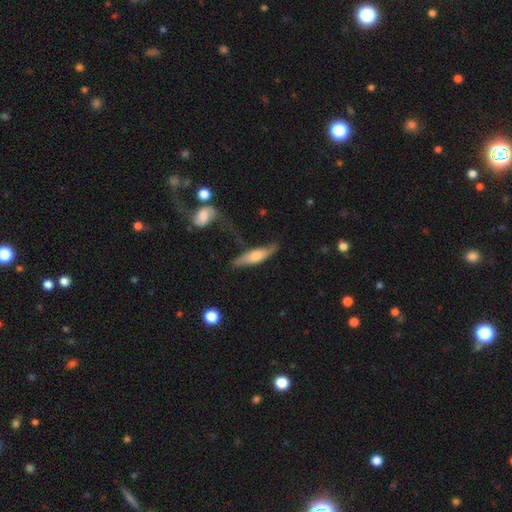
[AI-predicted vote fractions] Q: Smooth or featured?
A: smooth (51%); runner-up: featured or disk (43%)
Q: How rounded?
A: cigar-shaped (61%); runner-up: in between (36%)
Q: Merging?
A: none (58%); runner-up: minor disturbance (24%)